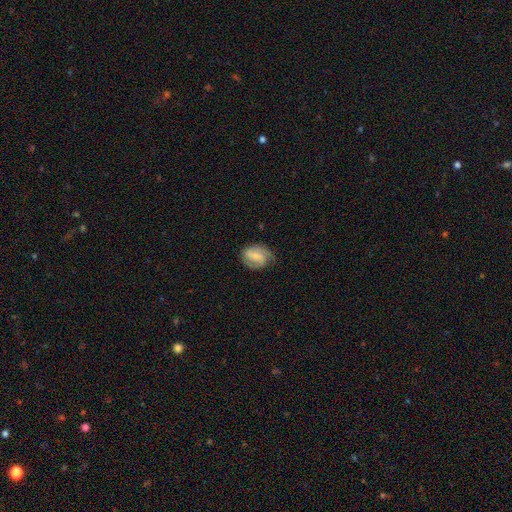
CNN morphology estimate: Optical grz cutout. It shows a featured or disk galaxy (66%) with a weak bar (46%), 2 (62%) medium (44%) spiral arms (92%) and a small central bulge (45%). Merging: none (66%).